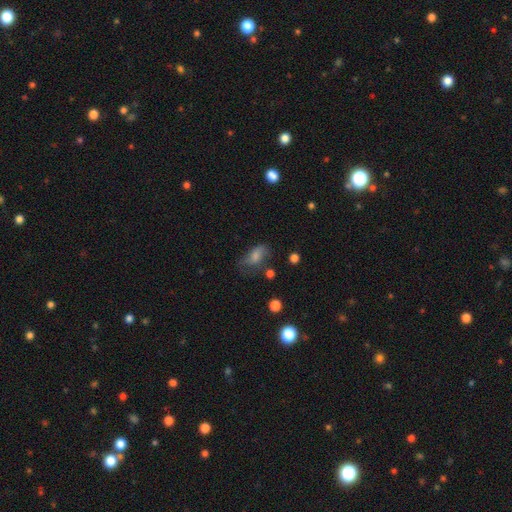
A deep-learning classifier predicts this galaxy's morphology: This appears to be a smooth galaxy with no disk features (55%) that is in between round and cigar-shaped (81%). Merging: none (53%).